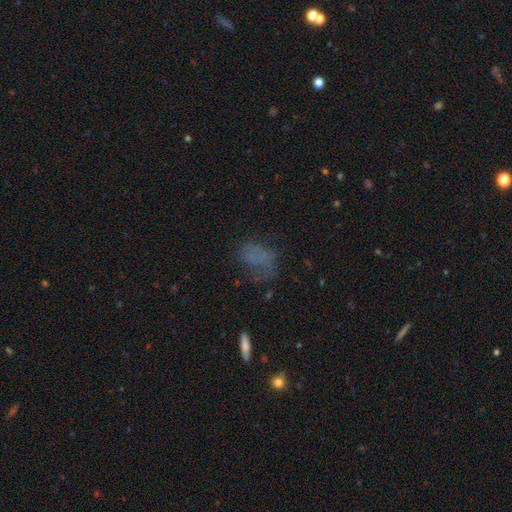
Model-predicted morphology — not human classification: Q: Smooth or featured?
A: smooth (51%); runner-up: featured or disk (28%)
Q: How rounded?
A: in between (77%); runner-up: round (21%)
Q: Merging?
A: none (43%); runner-up: major disturbance (31%)